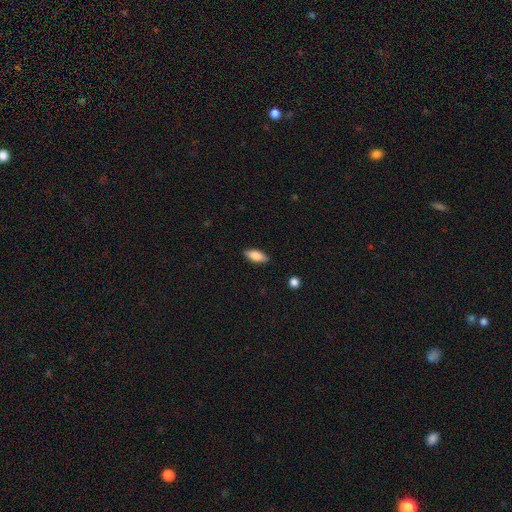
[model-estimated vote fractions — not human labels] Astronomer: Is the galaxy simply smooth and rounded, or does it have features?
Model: smooth — 83%.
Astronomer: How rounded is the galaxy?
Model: in between — 82%.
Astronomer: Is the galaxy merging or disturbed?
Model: none — 88%.